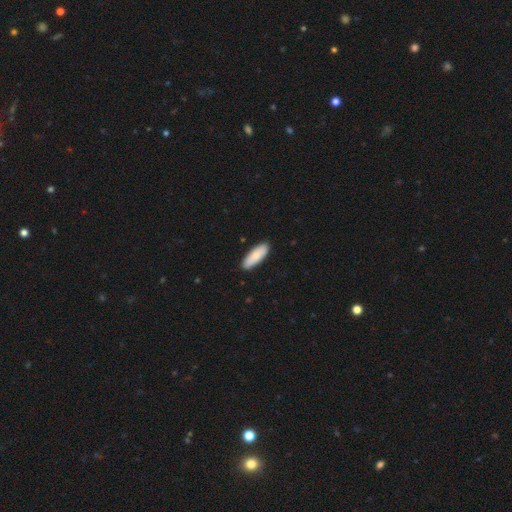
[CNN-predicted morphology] Smooth or featured: smooth — 85% (featured or disk — 10%)
How rounded: in between — 61% (cigar-shaped — 37%)
Merging: none — 89% (minor disturbance — 8%)